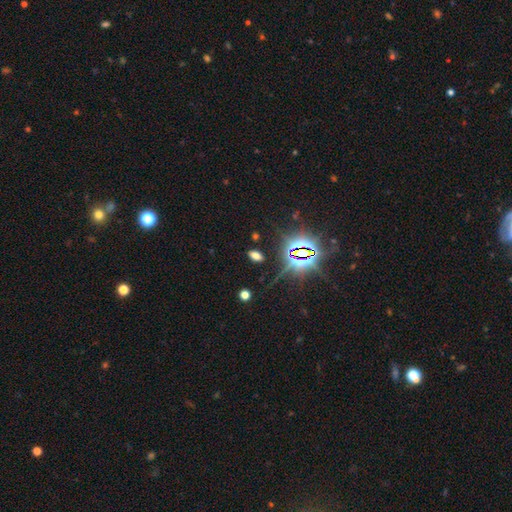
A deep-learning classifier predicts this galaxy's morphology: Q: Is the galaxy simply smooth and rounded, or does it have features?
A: smooth — 56%.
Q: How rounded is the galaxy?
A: in between — 87%.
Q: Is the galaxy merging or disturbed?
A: none — 86%.